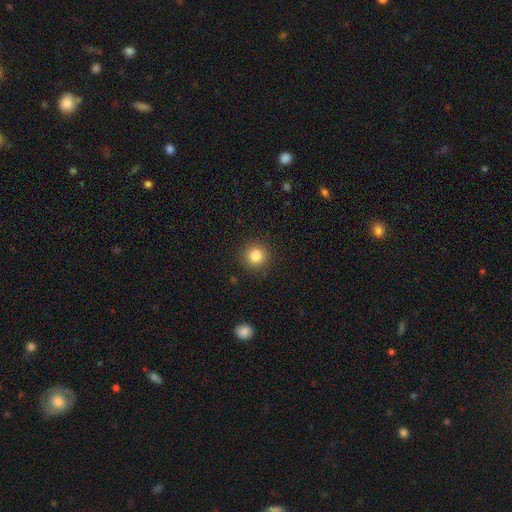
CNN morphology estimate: Smooth or featured? smooth (82%)
How rounded? round (94%)
Merging? none (91%)